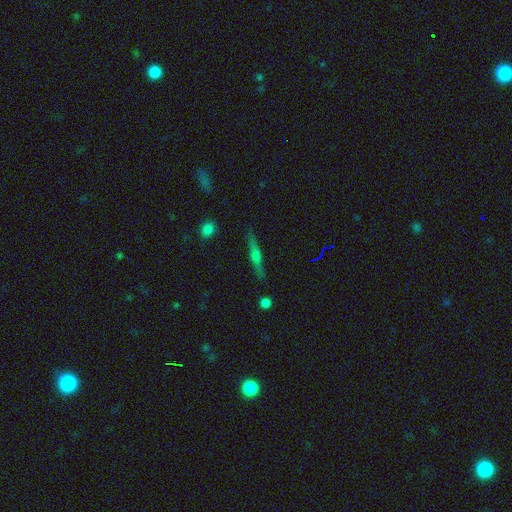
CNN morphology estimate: Smooth or featured: featured or disk — 66% (smooth — 25%)
Edge-on disk: yes — 96% (no — 4%)
Edge-on bulge: rounded — 83% (boxy — 10%)
Merging: none — 88% (minor disturbance — 9%)